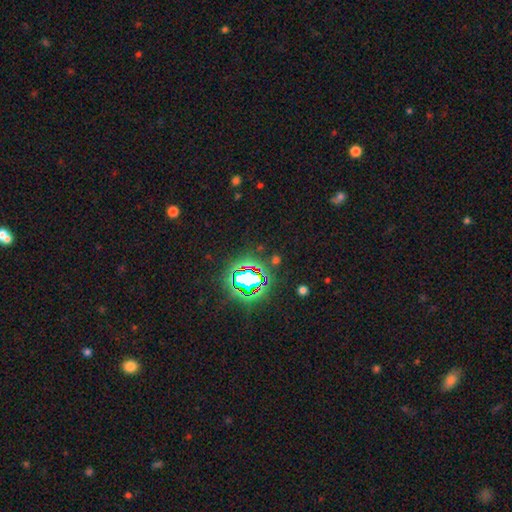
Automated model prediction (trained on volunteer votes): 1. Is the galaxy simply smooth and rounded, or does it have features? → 81% star or artifact, 11% smooth, 8% featured or disk.